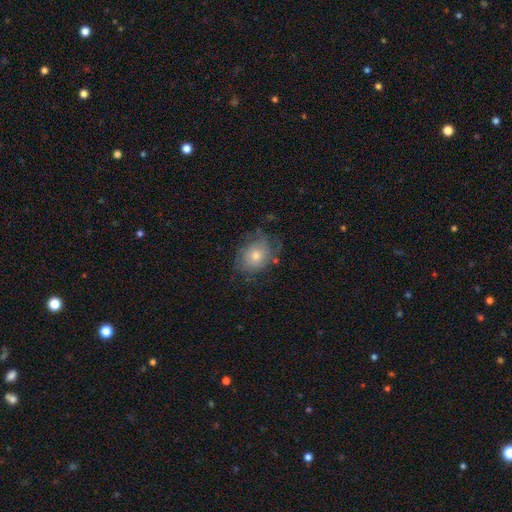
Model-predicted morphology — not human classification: Smooth or featured: smooth — 50% (featured or disk — 39%)
Merging: none — 60% (minor disturbance — 25%)